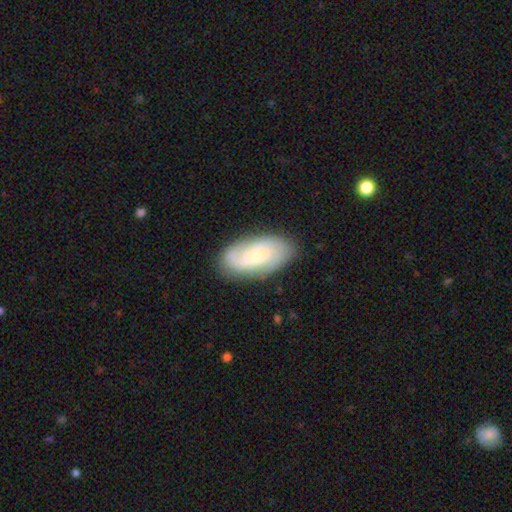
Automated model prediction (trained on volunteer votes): featured or disk 64%, smooth 30%, star or artifact 6%. Down the decision tree: edge-on disk — no (94%); bar — no (66%); spiral arms — yes (89%); spiral arm count — 2 (45%); spiral winding — tight (43%); bulge size — small (63%); merging — none (79%).